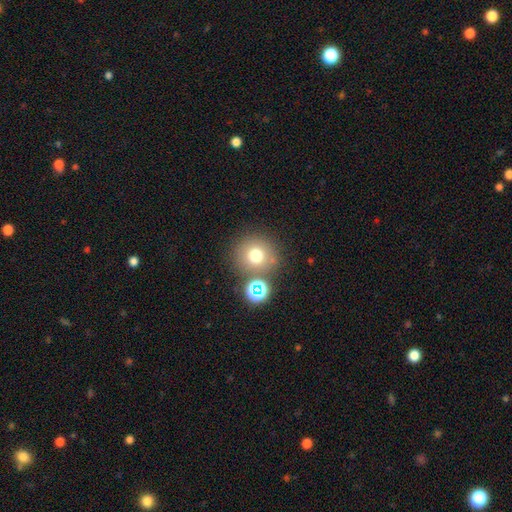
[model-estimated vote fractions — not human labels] Q: Smooth or featured?
A: smooth (72%); runner-up: star or artifact (17%)
Q: How rounded?
A: round (93%); runner-up: in between (6%)
Q: Merging?
A: none (76%); runner-up: merger (11%)